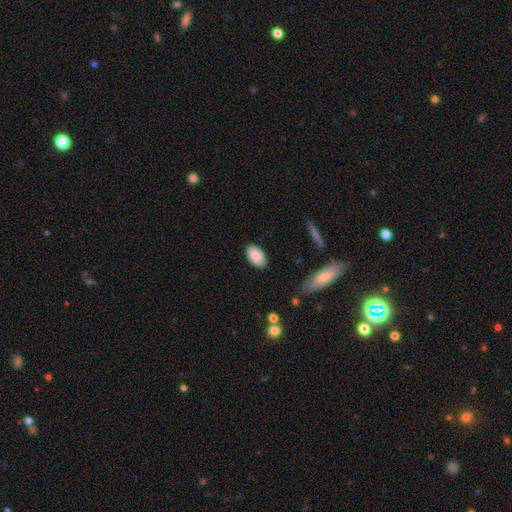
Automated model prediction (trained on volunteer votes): Overall: smooth (87%). How rounded: in between (94%). Merging: none (83%).